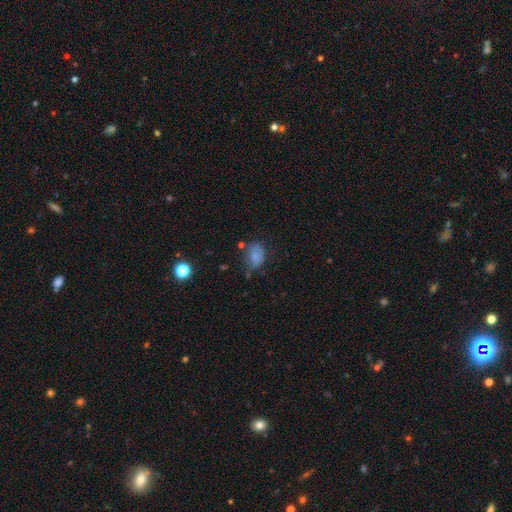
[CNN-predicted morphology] smooth 77%, star or artifact 12%, featured or disk 11%. Down the decision tree: how rounded — in between (81%); merging — none (53%).